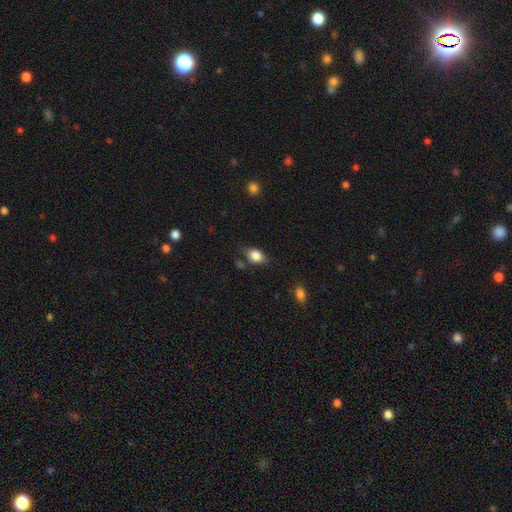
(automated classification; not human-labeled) Smooth or featured? smooth (83%)
How rounded? in between (69%)
Merging? none (70%)